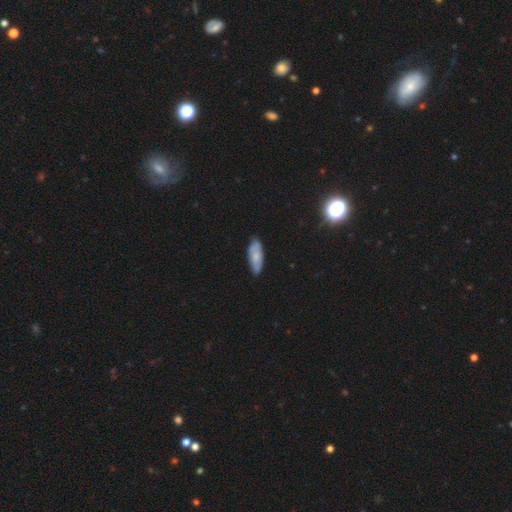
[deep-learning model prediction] This appears to be a smooth galaxy with no disk features (71%) that is in between round and cigar-shaped (74%). Merging: none (82%).